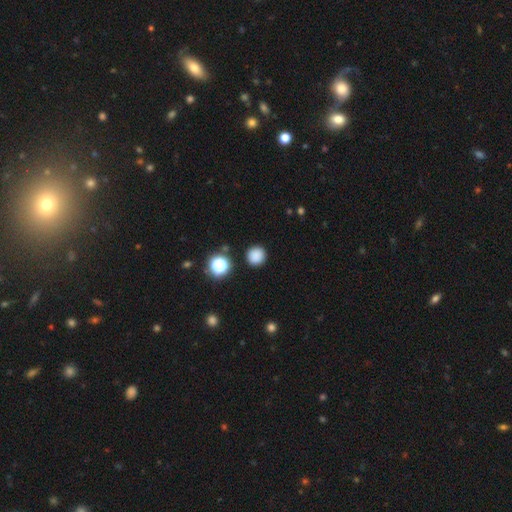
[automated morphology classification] type=smooth (83%); roundness=round (93%); merging=none (89%).